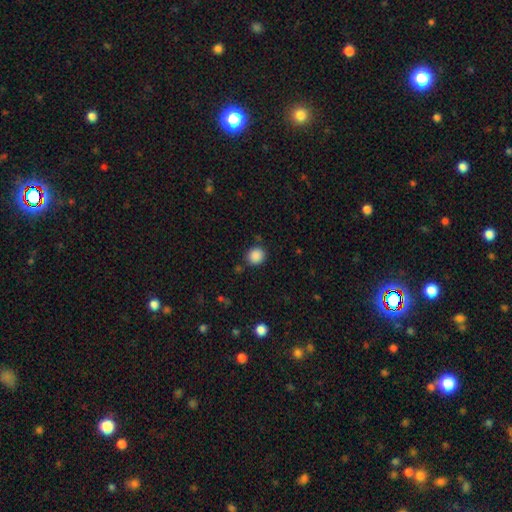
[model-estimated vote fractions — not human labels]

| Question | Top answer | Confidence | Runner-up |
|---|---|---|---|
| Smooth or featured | smooth | 88% | star or artifact (10%) |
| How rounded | round | 86% | in between (13%) |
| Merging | none | 84% | minor disturbance (10%) |